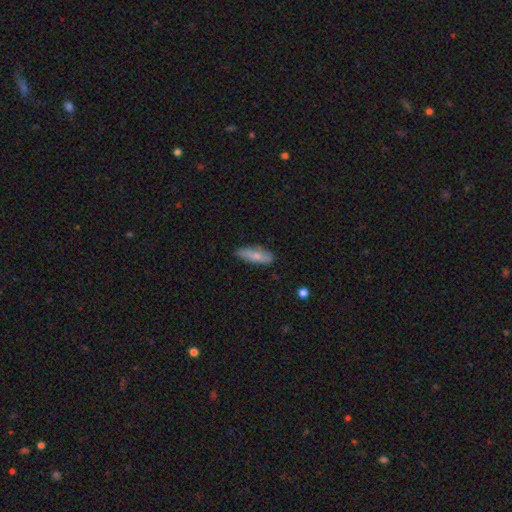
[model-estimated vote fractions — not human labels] A smooth galaxy with no disk features (71%) that is in between round and cigar-shaped (57%).

Vote fractions:
- Smooth or featured? smooth: 71% / featured or disk: 23% / star or artifact: 6%
- How rounded? in between: 57% / cigar-shaped: 40% / round: 2%
- Merging? none: 73% / minor disturbance: 22% / major disturbance: 3% / merger: 2%